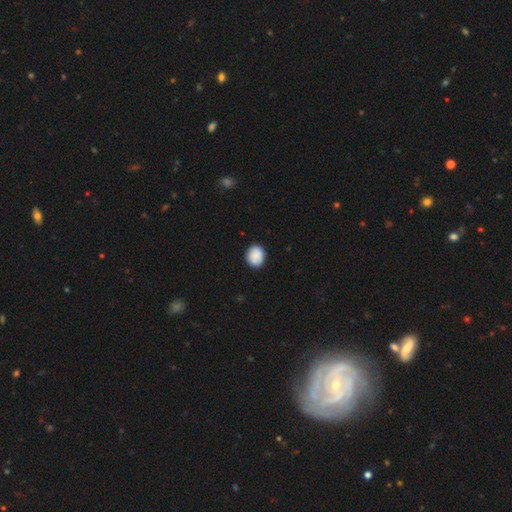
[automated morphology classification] This is clearly a smooth galaxy (88%). How rounded: likely round (67%). Merging: clearly none (86%).